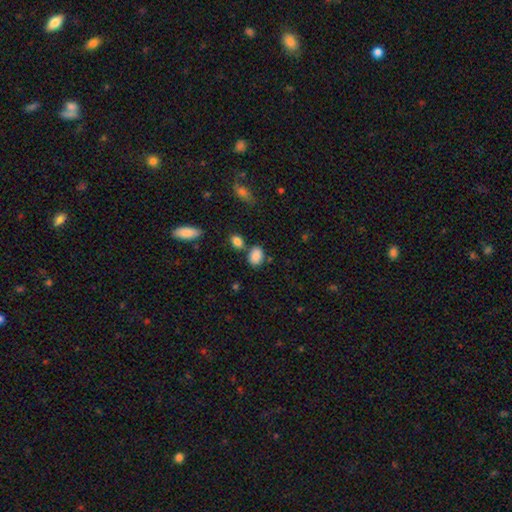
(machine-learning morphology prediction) This appears to be a smooth galaxy with no disk features (86%) that is in between round and cigar-shaped (75%). Merging: none (65%).